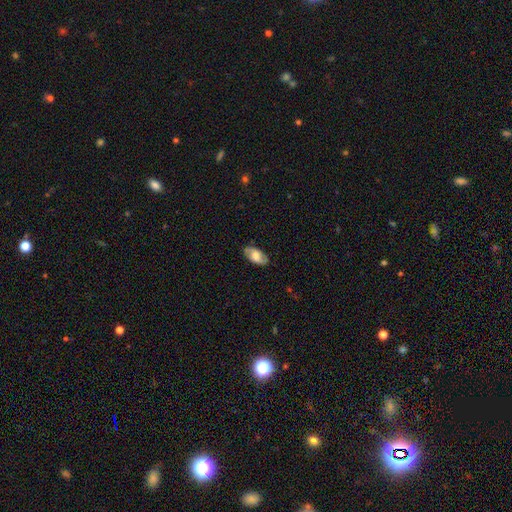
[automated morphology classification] This appears to be a smooth galaxy with no disk features (48%). Merging: none (82%).